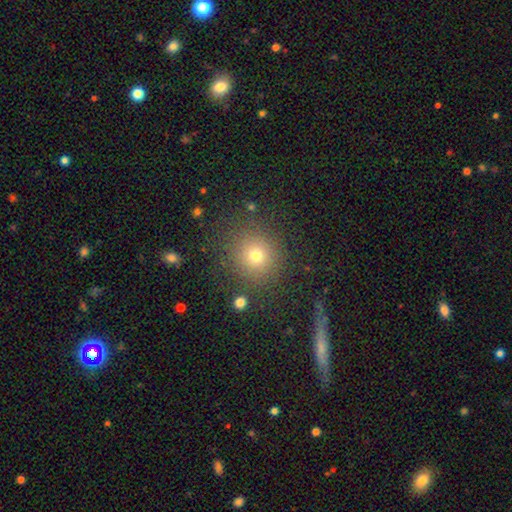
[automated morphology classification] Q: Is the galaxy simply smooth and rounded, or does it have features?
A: smooth — 73%.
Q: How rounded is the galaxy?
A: round — 90%.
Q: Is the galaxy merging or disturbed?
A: none — 86%.